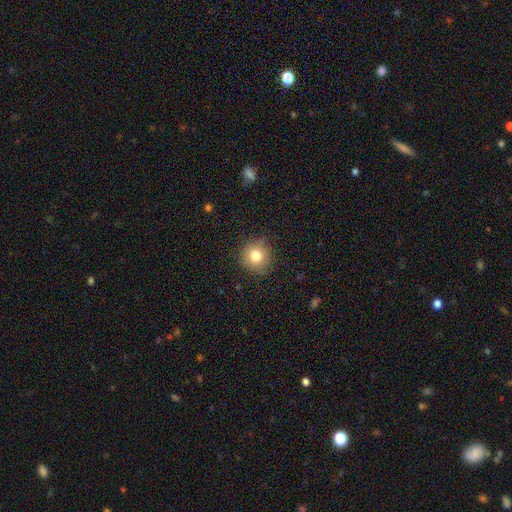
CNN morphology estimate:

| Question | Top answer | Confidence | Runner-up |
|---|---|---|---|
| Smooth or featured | smooth | 79% | star or artifact (12%) |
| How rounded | round | 93% | in between (6%) |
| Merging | none | 86% | minor disturbance (10%) |